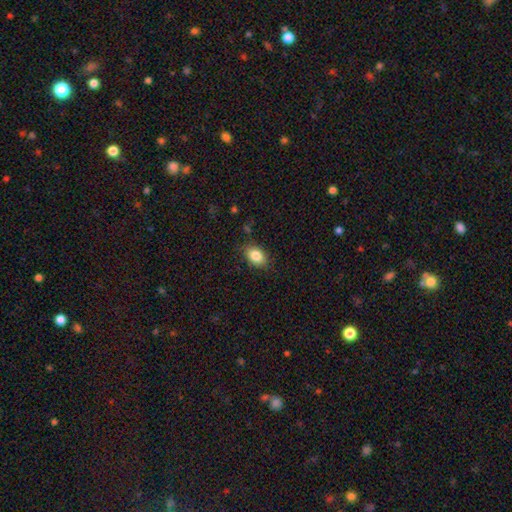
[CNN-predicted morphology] Q: Smooth or featured?
A: smooth (85%); runner-up: star or artifact (8%)
Q: How rounded?
A: in between (81%); runner-up: round (18%)
Q: Merging?
A: none (83%); runner-up: minor disturbance (13%)